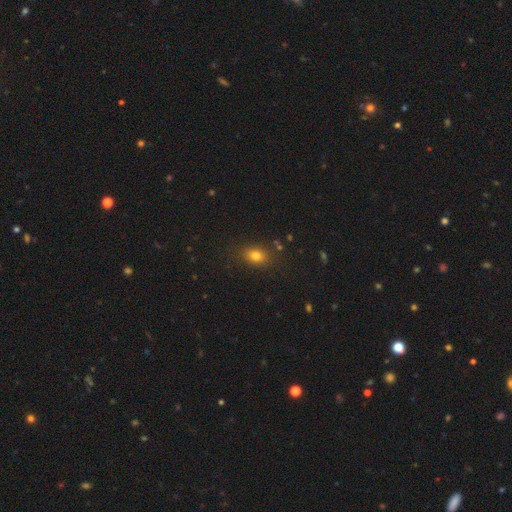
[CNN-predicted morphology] Q: Smooth or featured?
A: smooth (77%); runner-up: star or artifact (14%)
Q: How rounded?
A: in between (65%); runner-up: round (33%)
Q: Merging?
A: none (81%); runner-up: minor disturbance (12%)